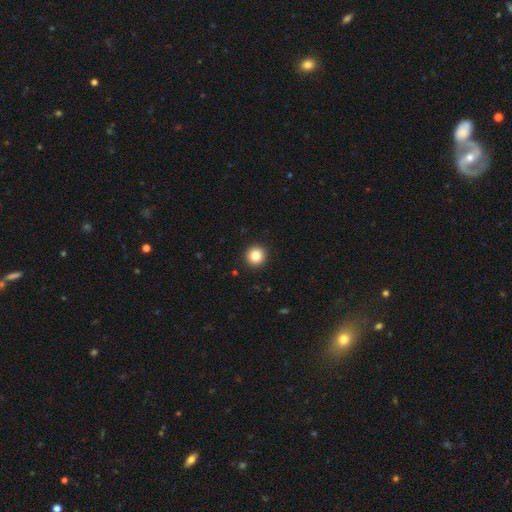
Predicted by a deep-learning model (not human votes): Smooth or featured? smooth (84%)
How rounded? round (95%)
Merging? none (93%)